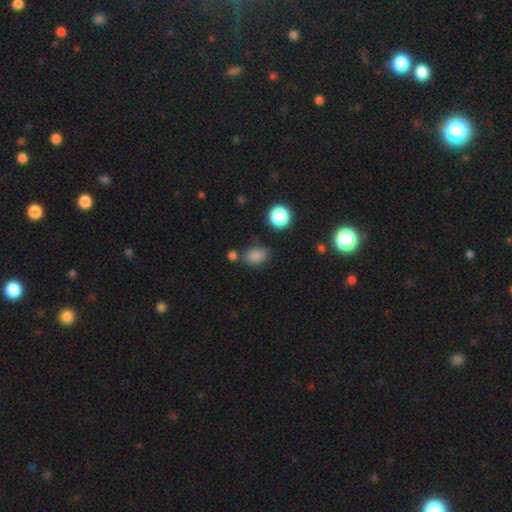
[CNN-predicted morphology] type=smooth (82%); roundness=in between (75%); merging=none (69%).